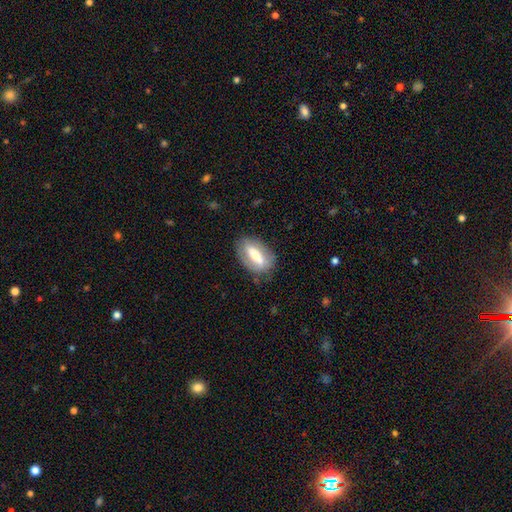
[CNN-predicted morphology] Overall: smooth (52%; featured or disk 41%). How rounded: in between (82%). Merging: none (74%).